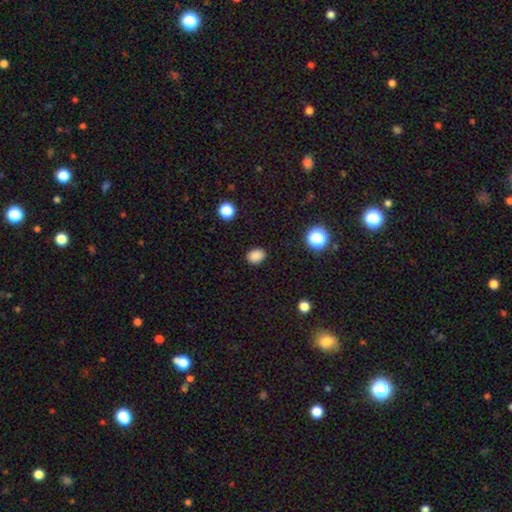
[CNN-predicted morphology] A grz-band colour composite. It shows a smooth galaxy with no disk features (85%) that is in between round and cigar-shaped (58%). Merging: none (88%).